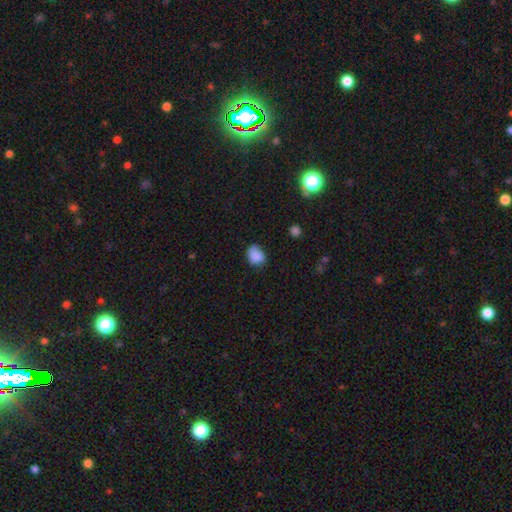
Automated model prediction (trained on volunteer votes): Smooth or featured?
  - smooth: 84% *
  - star or artifact: 10%
  - featured or disk: 6%
How rounded?
  - in between: 55% *
  - round: 44%
  - cigar-shaped: 1%
Merging?
  - none: 55% *
  - minor disturbance: 34%
  - major disturbance: 9%
  - merger: 3%